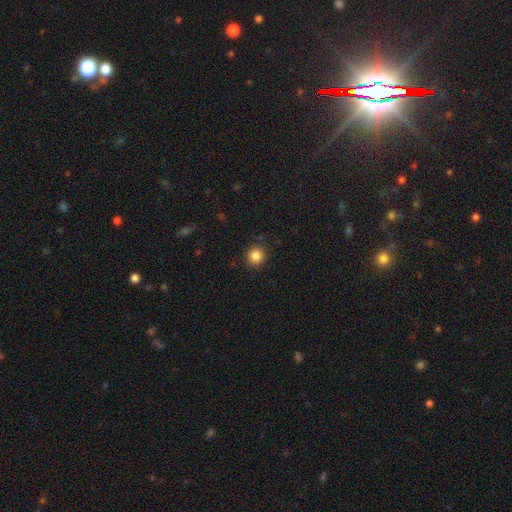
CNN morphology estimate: smooth_or_featured: smooth (p=0.86) [alt: star or artifact p=0.11]
how_rounded: round (p=0.91) [alt: in between p=0.08]
merging: none (p=0.90) [alt: minor disturbance p=0.07]